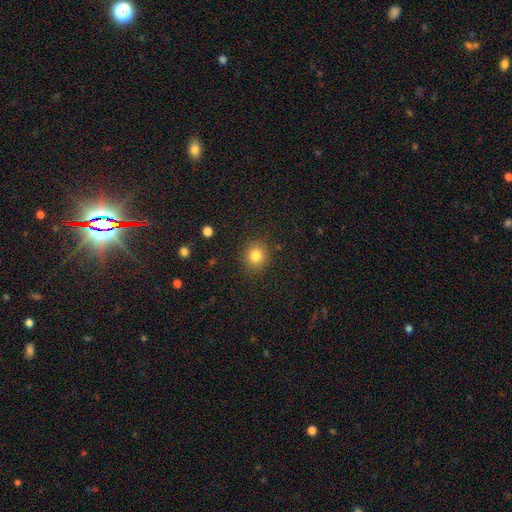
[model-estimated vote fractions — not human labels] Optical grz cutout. It shows a smooth galaxy with no disk features (82%) that is round (84%). Merging: none (89%).